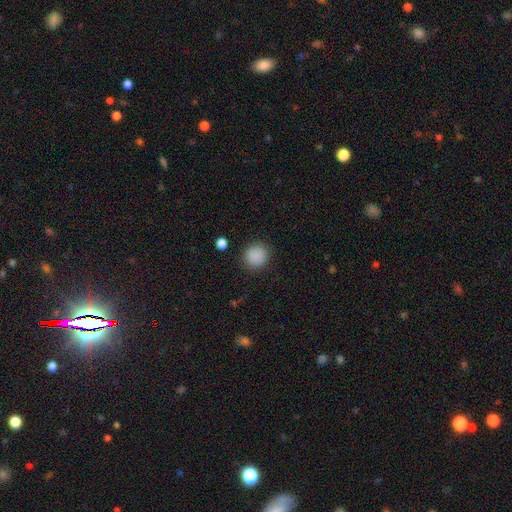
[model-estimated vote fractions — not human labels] This appears to be a smooth galaxy with no disk features (88%) that is round (89%). Merging: none (88%).